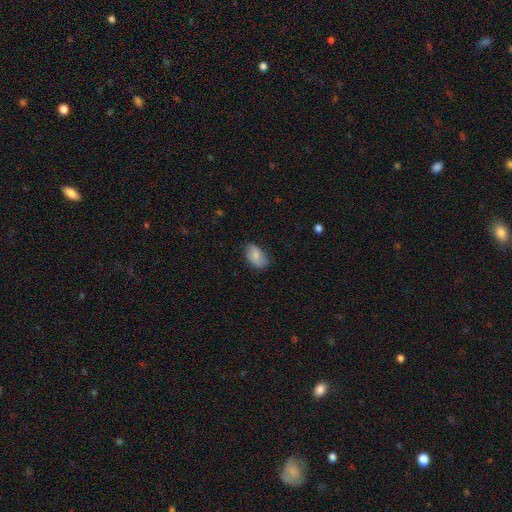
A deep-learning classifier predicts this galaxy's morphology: A smooth galaxy with no disk features (76%) that is in between round and cigar-shaped (91%).

Vote fractions:
- Smooth or featured? smooth: 76% / featured or disk: 17% / star or artifact: 7%
- How rounded? in between: 91% / round: 7% / cigar-shaped: 2%
- Merging? none: 73% / minor disturbance: 22% / major disturbance: 4% / merger: 1%